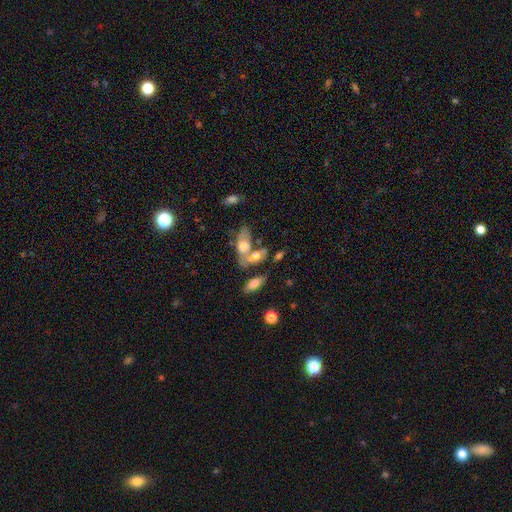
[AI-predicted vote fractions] This is possibly a smooth galaxy (57%). How rounded: clearly in between (81%). Merging: possibly merger (47%).